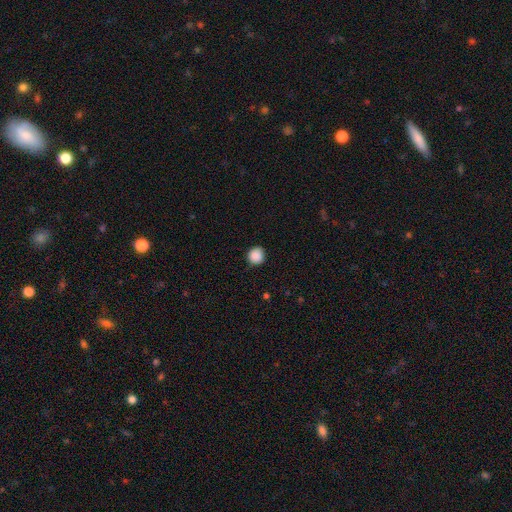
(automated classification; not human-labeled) Smooth or featured: smooth — 89% (star or artifact — 9%)
How rounded: round — 92% (in between — 7%)
Merging: none — 89% (minor disturbance — 8%)